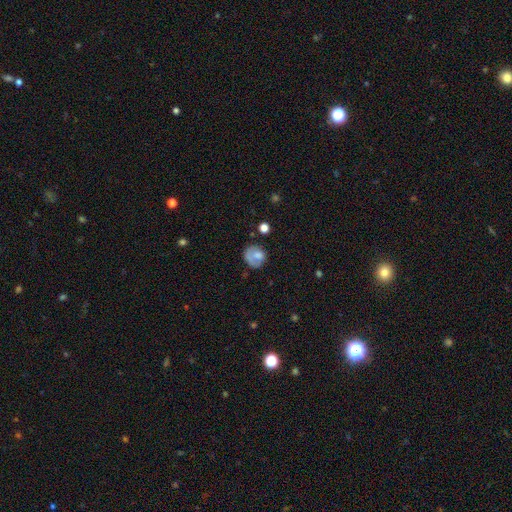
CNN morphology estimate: smooth-or-featured: smooth: 64% | featured or disk: 28% | star or artifact: 9%
  how-rounded: round: 76% | in between: 23% | cigar-shaped: 1%
  merging: none: 53% | minor disturbance: 25% | major disturbance: 18% | merger: 4%